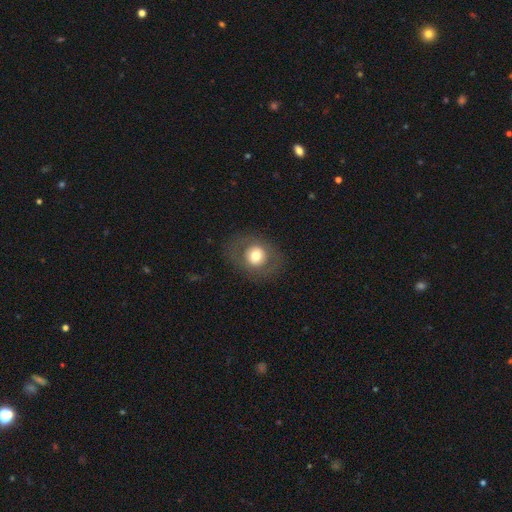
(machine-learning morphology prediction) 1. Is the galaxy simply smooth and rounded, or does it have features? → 64% smooth, 26% featured or disk, 9% star or artifact.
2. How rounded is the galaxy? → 73% round, 26% in between, 1% cigar-shaped.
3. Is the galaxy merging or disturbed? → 81% none, 10% minor disturbance, 8% major disturbance, 1% merger.